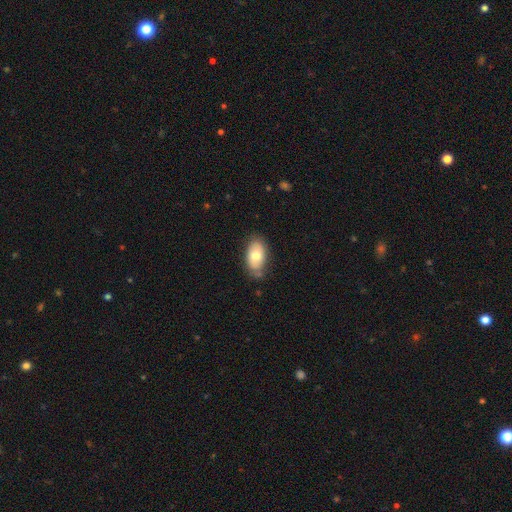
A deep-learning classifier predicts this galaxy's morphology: The model was most divided on "smooth or featured": smooth: 71%, featured or disk: 22%, star or artifact: 7%. More confident: how rounded — in between (92%); merging — none (72%).